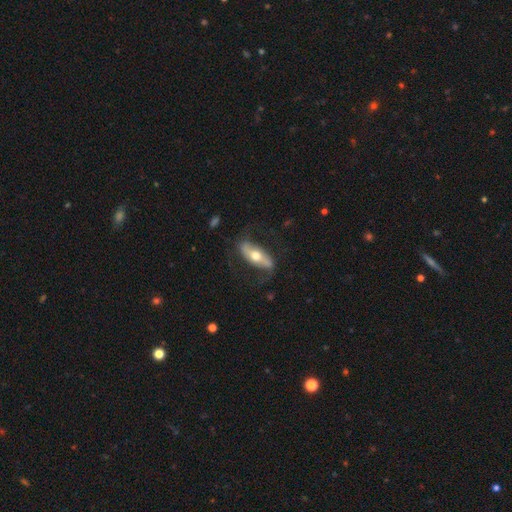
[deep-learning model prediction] Morphology: type=featured or disk (64%); edge-on=no (71%); merging=none (71%).